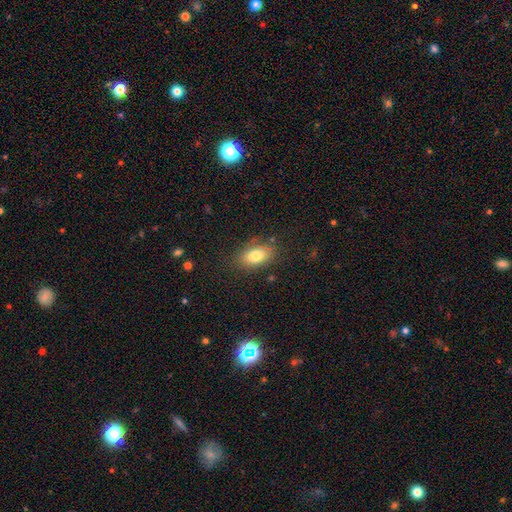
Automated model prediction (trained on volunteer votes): The model was most divided on "merging": none: 80%, minor disturbance: 15%, major disturbance: 4%, merger: 2%. More confident: how rounded — in between (90%); smooth or featured — smooth (78%).